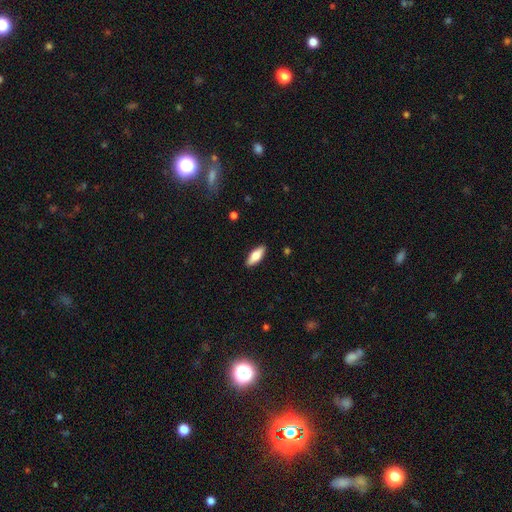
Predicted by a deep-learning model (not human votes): A smooth galaxy with no disk features (70%) that is in between round and cigar-shaped (68%). Merging: none (89%).